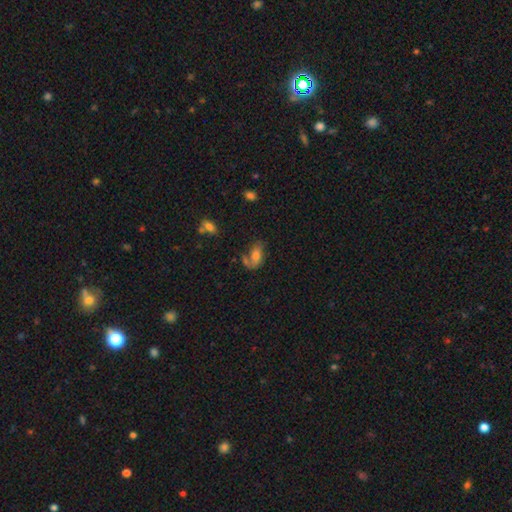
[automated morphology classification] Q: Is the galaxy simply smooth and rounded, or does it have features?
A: smooth — 57%.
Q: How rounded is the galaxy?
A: in between — 88%.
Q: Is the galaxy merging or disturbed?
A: none — 42%.